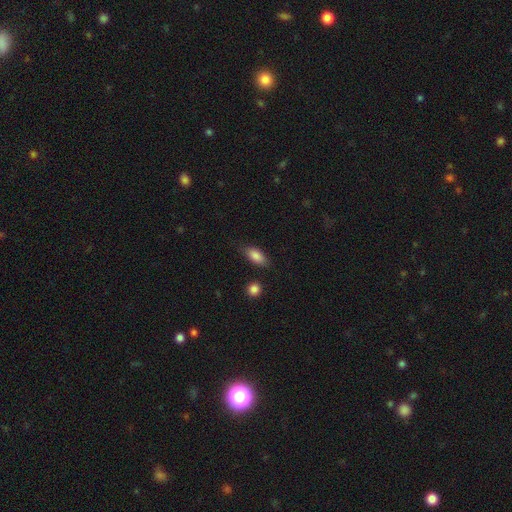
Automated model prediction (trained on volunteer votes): Overall: smooth (85%). How rounded: in between (84%). Merging: none (79%).